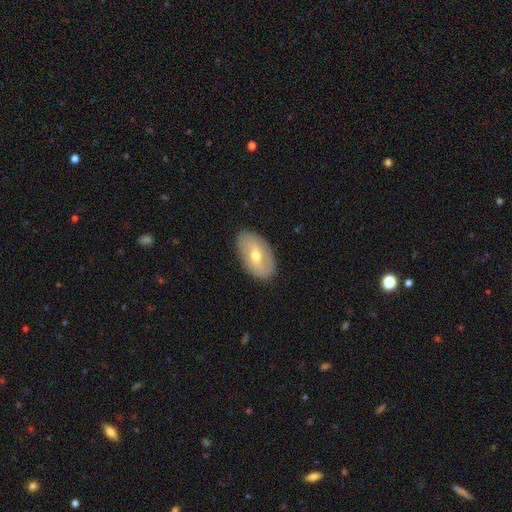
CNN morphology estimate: Smooth or featured: featured or disk — 49% (smooth — 45%)
Merging: none — 85% (minor disturbance — 11%)